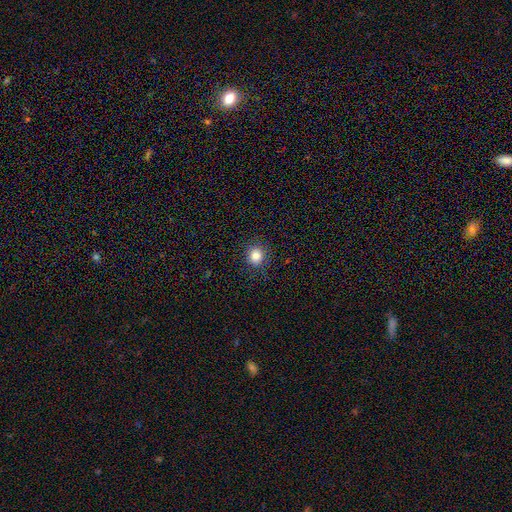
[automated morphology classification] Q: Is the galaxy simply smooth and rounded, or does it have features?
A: smooth — 82%.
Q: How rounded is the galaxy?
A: round — 82%.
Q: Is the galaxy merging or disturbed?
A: none — 88%.